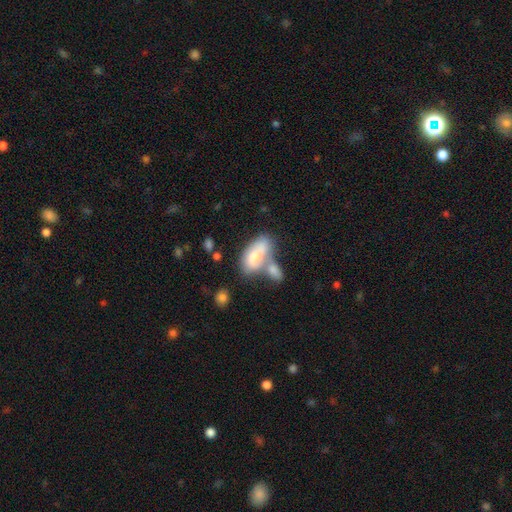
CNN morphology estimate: type=smooth (69%); roundness=in between (92%); merging=merger (50%).